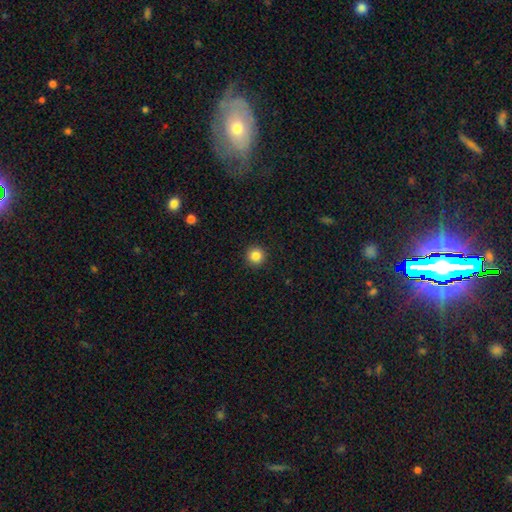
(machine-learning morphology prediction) Smooth or featured: smooth — 85% (star or artifact — 11%)
How rounded: round — 95% (in between — 4%)
Merging: none — 93% (minor disturbance — 5%)